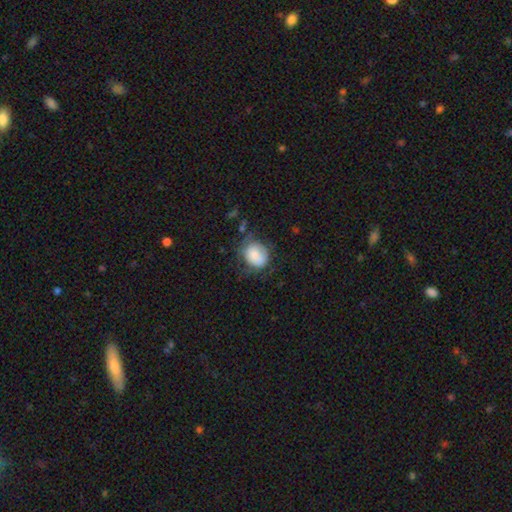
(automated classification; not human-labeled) Q: Smooth or featured?
A: smooth (74%); runner-up: featured or disk (18%)
Q: How rounded?
A: round (62%); runner-up: in between (37%)
Q: Merging?
A: none (49%); runner-up: minor disturbance (31%)